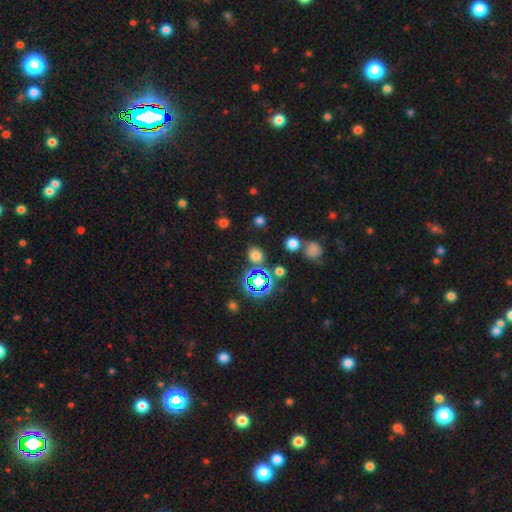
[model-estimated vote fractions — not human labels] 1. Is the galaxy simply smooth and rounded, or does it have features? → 59% smooth, 34% star or artifact, 6% featured or disk.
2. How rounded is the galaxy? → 76% round, 23% in between, 1% cigar-shaped.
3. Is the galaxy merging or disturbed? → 79% none, 10% minor disturbance, 7% merger, 4% major disturbance.